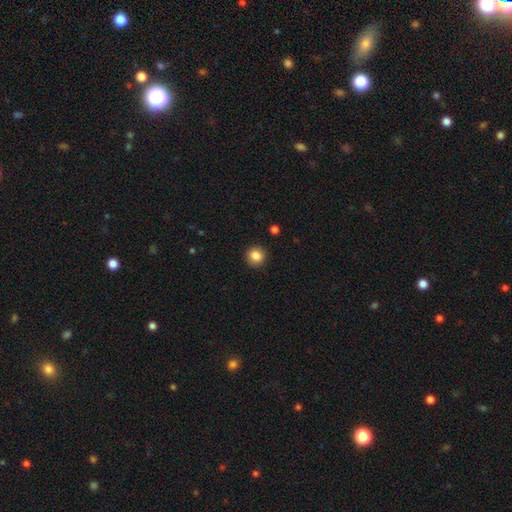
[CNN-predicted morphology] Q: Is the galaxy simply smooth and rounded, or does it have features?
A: smooth — 85%.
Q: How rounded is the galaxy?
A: round — 92%.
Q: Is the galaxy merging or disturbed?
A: none — 91%.